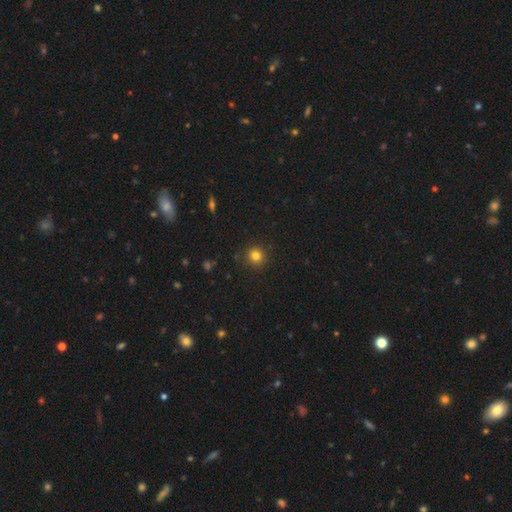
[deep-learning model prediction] Smooth or featured? smooth (81%)
How rounded? round (93%)
Merging? none (89%)